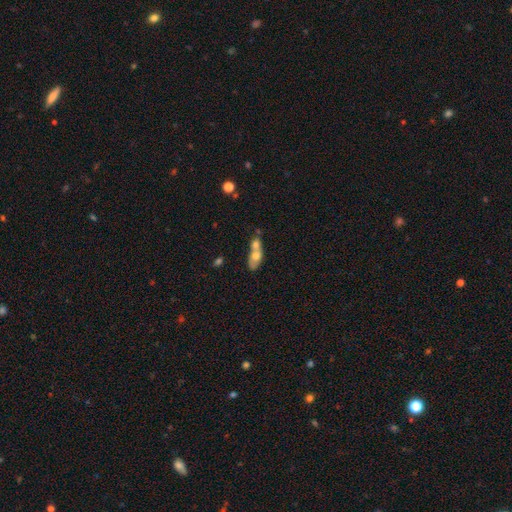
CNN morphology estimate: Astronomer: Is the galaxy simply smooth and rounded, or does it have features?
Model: smooth — 61%.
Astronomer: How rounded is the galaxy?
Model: in between — 72%.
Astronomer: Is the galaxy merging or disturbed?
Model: merger — 65%.